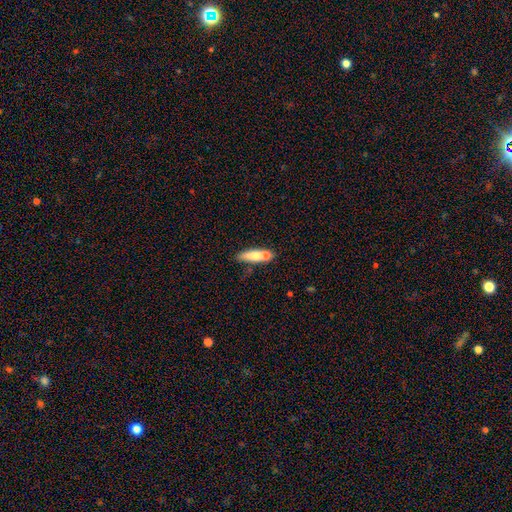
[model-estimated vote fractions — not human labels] A smooth galaxy with no disk features (66%) that is cigar-shaped (58%). Merging: none (44%).